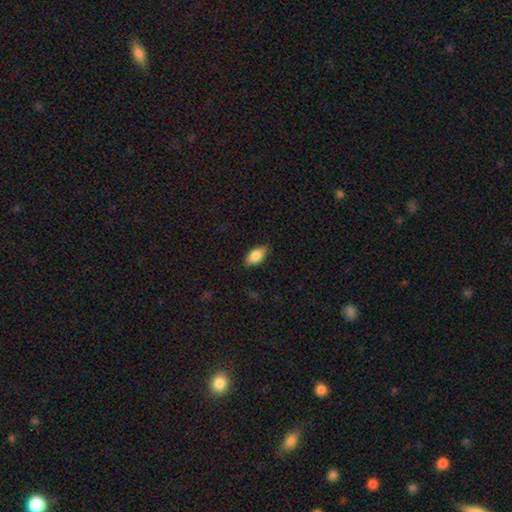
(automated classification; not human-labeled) This is clearly a smooth galaxy (80%). How rounded: clearly in between (89%). Merging: likely none (78%).